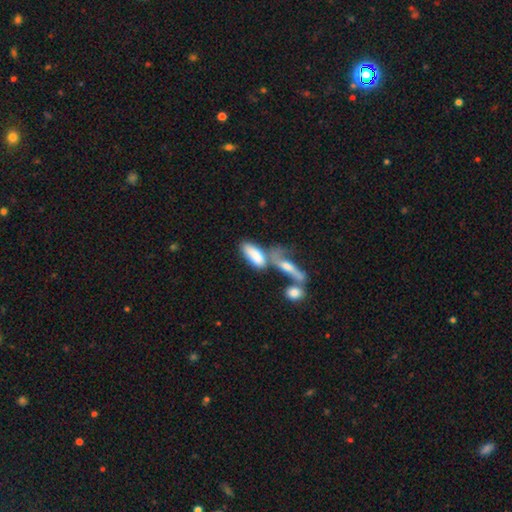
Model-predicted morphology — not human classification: smooth-or-featured: smooth: 78% | featured or disk: 15% | star or artifact: 7%
  how-rounded: in between: 74% | cigar-shaped: 24% | round: 3%
  merging: merger: 46% | none: 31% | minor disturbance: 13% | major disturbance: 10%